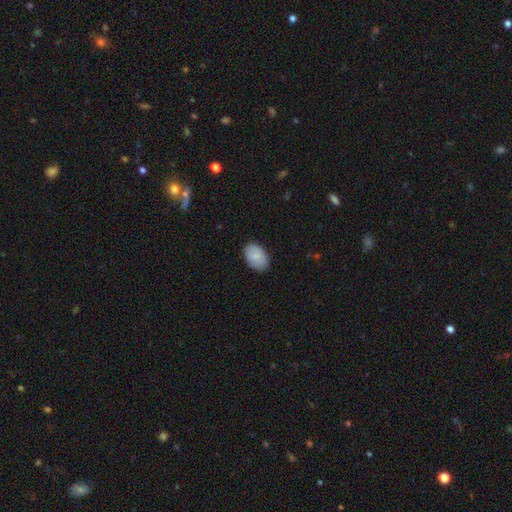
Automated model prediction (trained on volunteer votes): smooth 86%, featured or disk 7%, star or artifact 7%. Down the decision tree: how rounded — in between (87%); merging — none (84%).